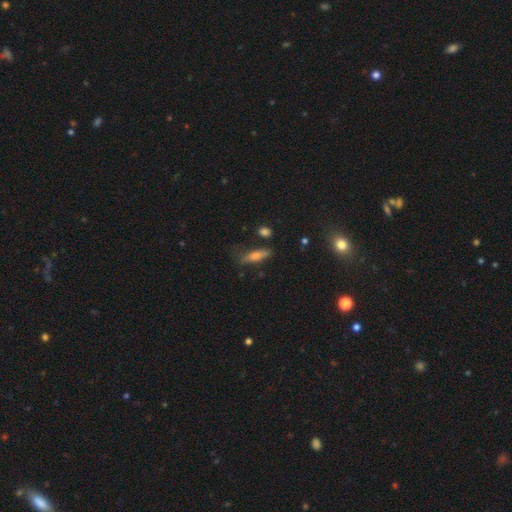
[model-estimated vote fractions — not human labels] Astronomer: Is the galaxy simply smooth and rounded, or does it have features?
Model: smooth — 62%.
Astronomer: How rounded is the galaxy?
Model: cigar-shaped — 62%.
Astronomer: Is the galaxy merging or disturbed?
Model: none — 69%.